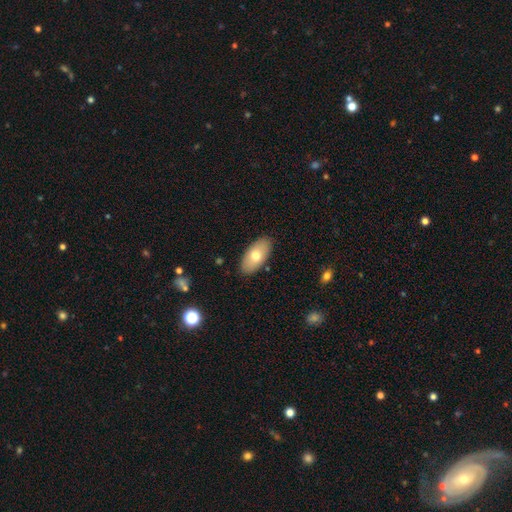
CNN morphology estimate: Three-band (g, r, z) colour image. It shows a smooth galaxy with no disk features (71%) that is in between round and cigar-shaped (93%). Merging: none (87%).